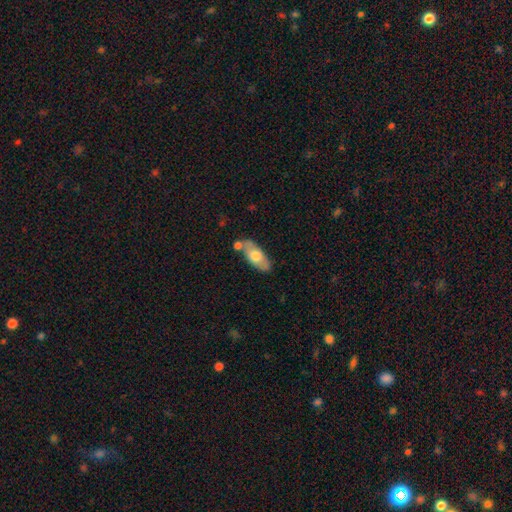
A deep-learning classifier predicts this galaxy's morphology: Smooth or featured? Predicted: smooth (p=0.58). How rounded? Predicted: in between (p=0.84). Merging? Predicted: none (p=0.65).